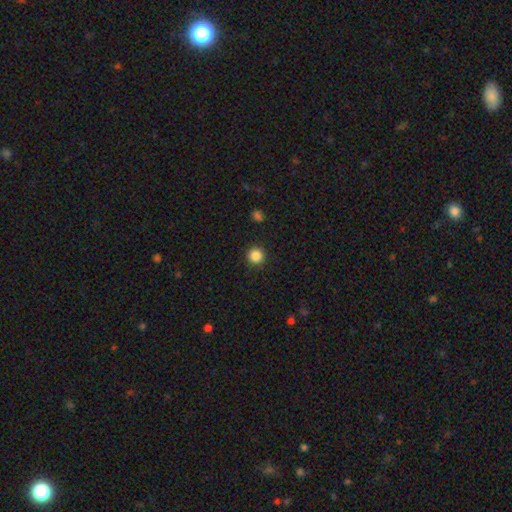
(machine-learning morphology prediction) smooth 86%, star or artifact 11%, featured or disk 3%. Down the decision tree: how rounded — round (95%); merging — none (92%).